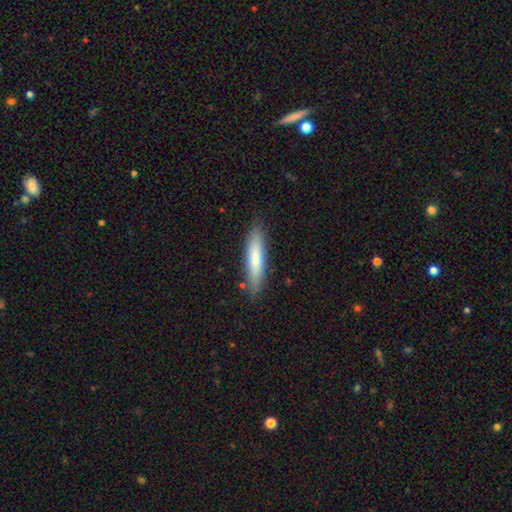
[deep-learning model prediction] smooth 74%, featured or disk 20%, star or artifact 6%. Down the decision tree: how rounded — cigar-shaped (85%); merging — none (87%).